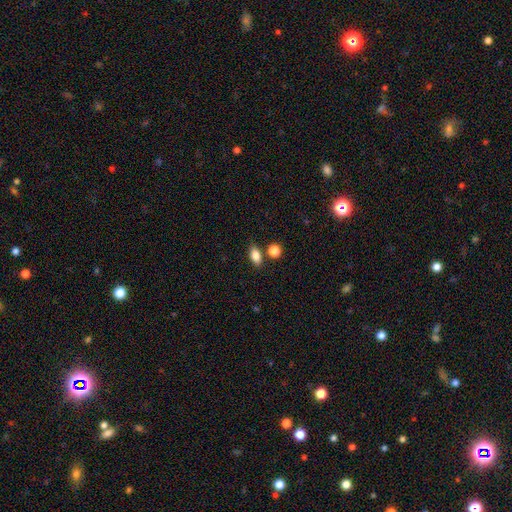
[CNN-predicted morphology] Smooth or featured? smooth (83%)
How rounded? in between (83%)
Merging? none (76%)